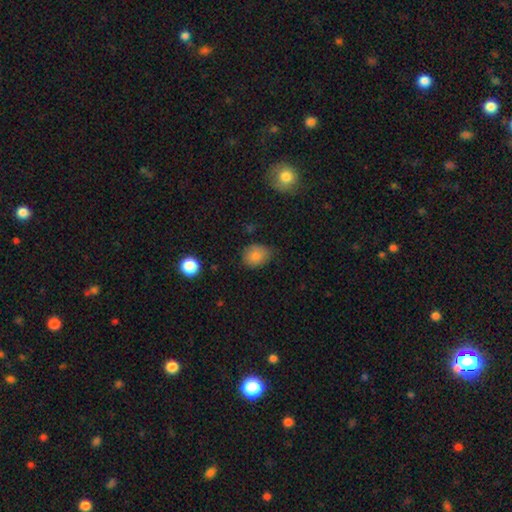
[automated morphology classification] Smooth or featured? Predicted: smooth (p=0.82). How rounded? Predicted: round (p=0.54). Merging? Predicted: none (p=0.64).